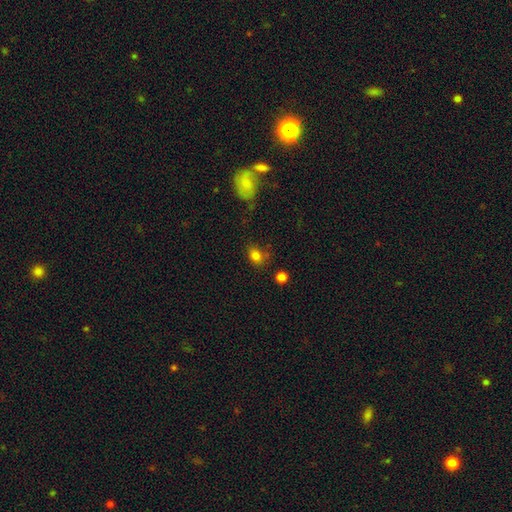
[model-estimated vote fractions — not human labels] Smooth or featured? smooth (81%)
How rounded? in between (57%)
Merging? none (67%)